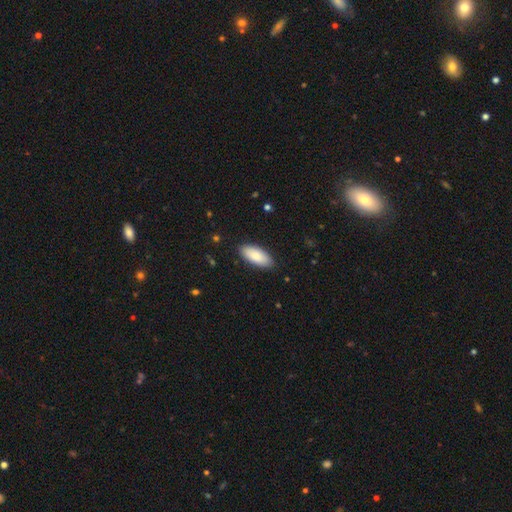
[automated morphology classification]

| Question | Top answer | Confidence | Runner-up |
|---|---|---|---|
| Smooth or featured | smooth | 86% | featured or disk (9%) |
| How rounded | in between | 86% | cigar-shaped (12%) |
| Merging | none | 87% | minor disturbance (10%) |